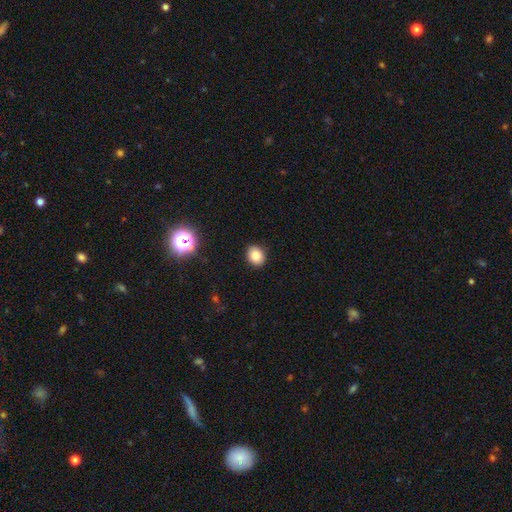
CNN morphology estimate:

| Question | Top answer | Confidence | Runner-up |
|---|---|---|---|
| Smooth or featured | smooth | 81% | star or artifact (12%) |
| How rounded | round | 63% | in between (36%) |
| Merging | none | 91% | minor disturbance (6%) |